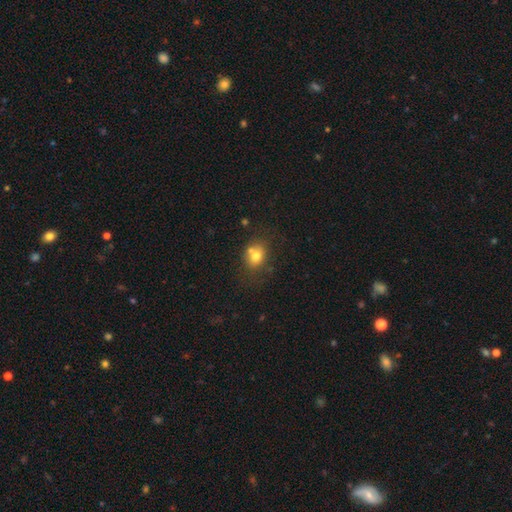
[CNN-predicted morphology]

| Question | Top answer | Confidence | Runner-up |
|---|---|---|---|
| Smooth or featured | smooth | 74% | featured or disk (14%) |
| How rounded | round | 57% | in between (42%) |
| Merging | none | 55% | merger (24%) |